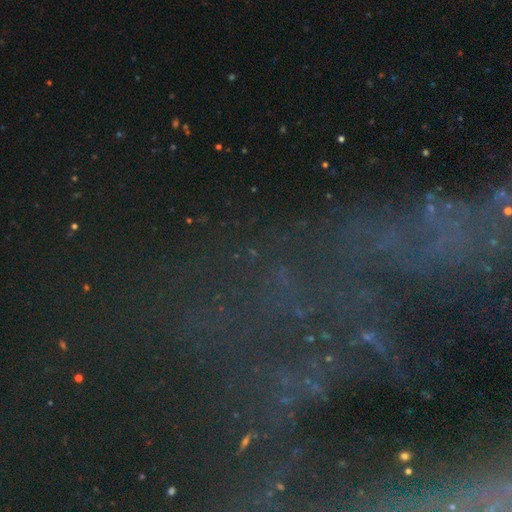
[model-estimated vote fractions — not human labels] This is likely a star or artifact rather than a galaxy (68%).